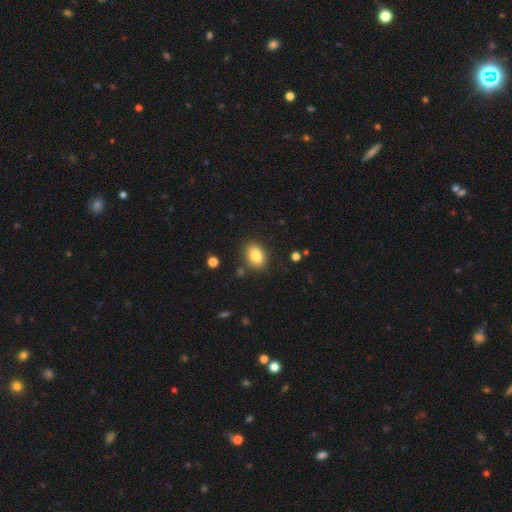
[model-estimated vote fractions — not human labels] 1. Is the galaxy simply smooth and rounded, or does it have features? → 84% smooth, 8% star or artifact, 7% featured or disk.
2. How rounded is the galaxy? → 81% in between, 17% round, 1% cigar-shaped.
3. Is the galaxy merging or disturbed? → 84% none, 10% minor disturbance, 3% merger, 3% major disturbance.